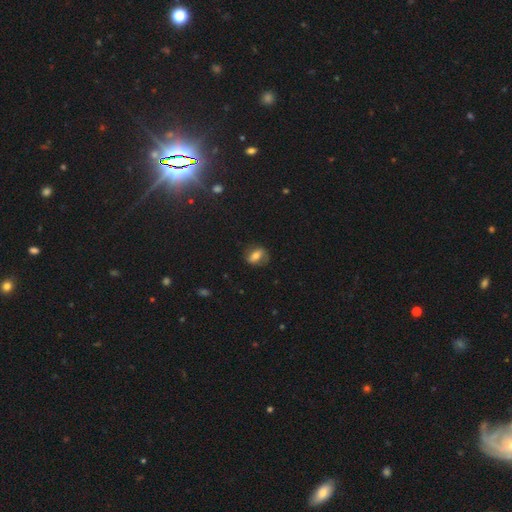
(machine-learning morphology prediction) type=smooth (60%); roundness=in between (67%); merging=none (74%).